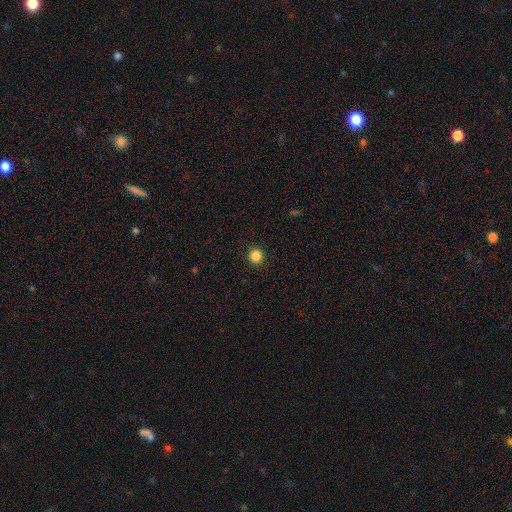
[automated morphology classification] smooth-or-featured: smooth: 85% | star or artifact: 12% | featured or disk: 3%
  how-rounded: round: 94% | in between: 5% | cigar-shaped: 1%
  merging: none: 93% | minor disturbance: 5% | major disturbance: 2% | merger: 1%